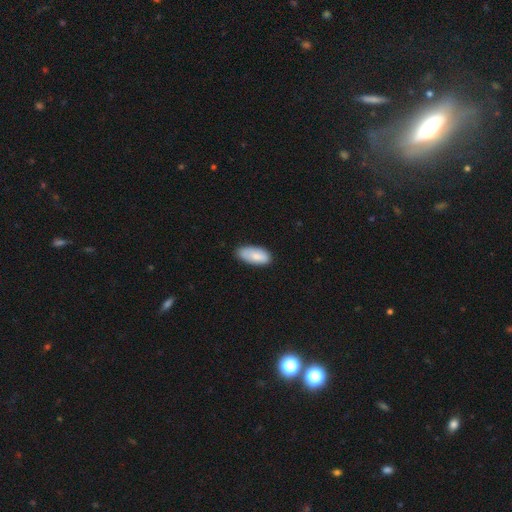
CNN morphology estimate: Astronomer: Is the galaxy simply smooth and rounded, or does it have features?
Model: smooth — 83%.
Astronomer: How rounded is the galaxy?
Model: in between — 90%.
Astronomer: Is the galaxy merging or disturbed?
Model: none — 76%.